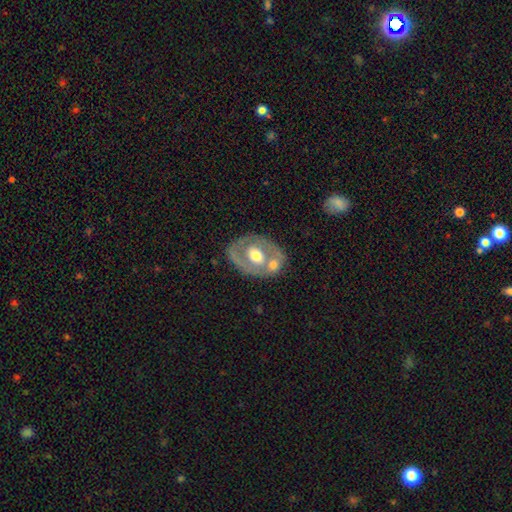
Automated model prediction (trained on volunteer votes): This is possibly a featured or disk galaxy (60%). It is clearly not viewed edge-on (94%). Bar: likely no (75%). Spiral arm pattern: likely no (74%). Central bulge: likely moderate (65%). Merging: possibly none (52%).